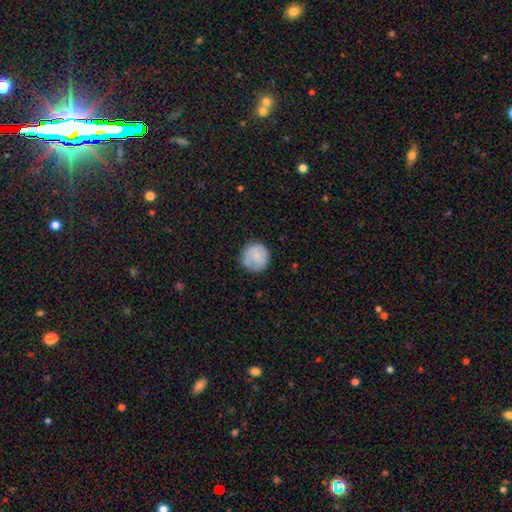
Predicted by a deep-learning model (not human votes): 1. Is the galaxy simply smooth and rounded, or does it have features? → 76% smooth, 17% featured or disk, 7% star or artifact.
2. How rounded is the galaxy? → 93% round, 6% in between, 1% cigar-shaped.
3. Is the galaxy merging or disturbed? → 75% none, 18% minor disturbance, 5% major disturbance, 2% merger.